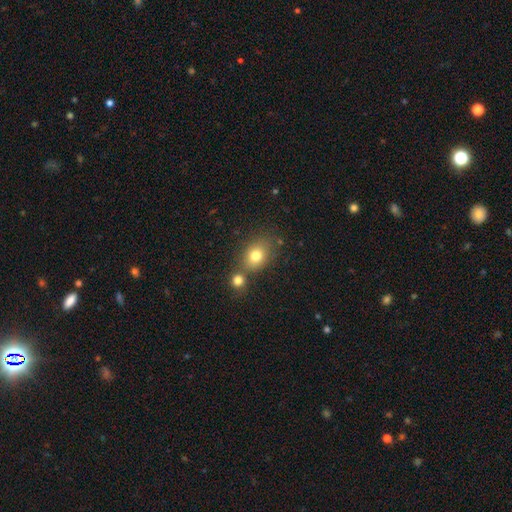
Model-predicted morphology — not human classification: type=smooth (77%); roundness=in between (57%); merging=none (56%).